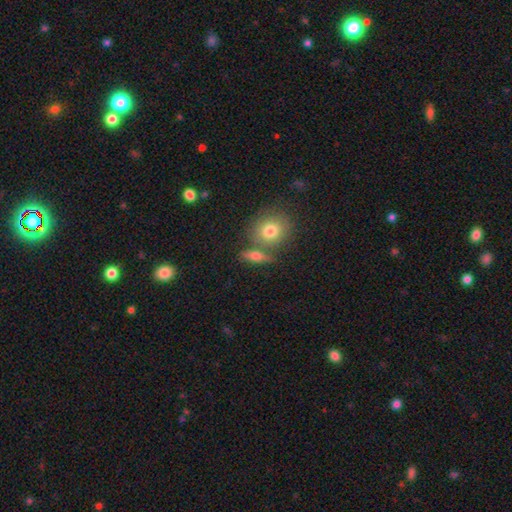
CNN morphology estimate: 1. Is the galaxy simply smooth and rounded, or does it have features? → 65% smooth, 25% featured or disk, 10% star or artifact.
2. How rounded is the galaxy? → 49% in between, 27% round, 25% cigar-shaped.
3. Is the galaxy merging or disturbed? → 65% none, 19% merger, 12% minor disturbance, 5% major disturbance.